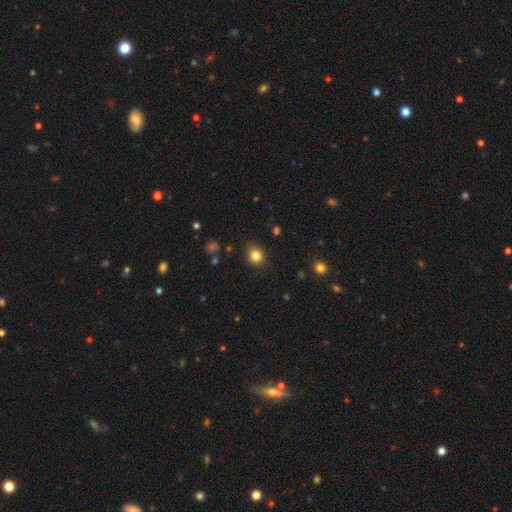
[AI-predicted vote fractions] A smooth galaxy with no disk features (82%) that is round (84%). Merging: none (86%).